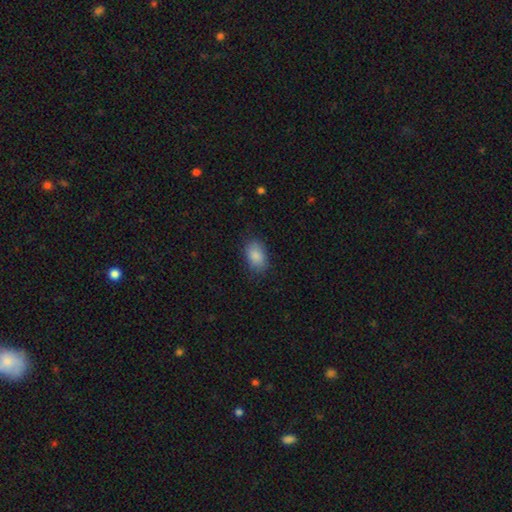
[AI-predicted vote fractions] Smooth or featured?
  - smooth: 88% *
  - star or artifact: 7%
  - featured or disk: 5%
How rounded?
  - in between: 89% *
  - round: 10%
  - cigar-shaped: 1%
Merging?
  - none: 80% *
  - minor disturbance: 15%
  - major disturbance: 4%
  - merger: 1%